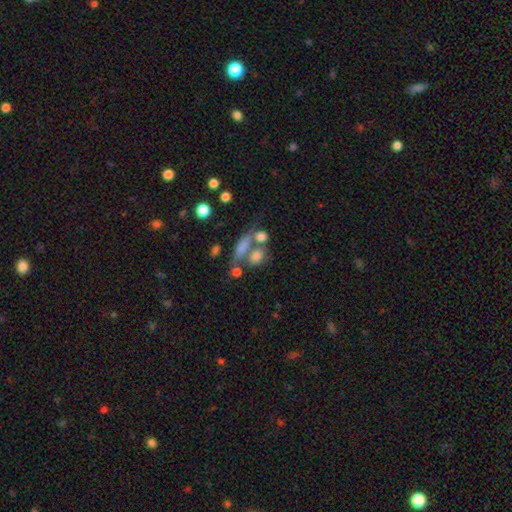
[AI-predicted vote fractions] Smooth or featured? smooth (69%)
How rounded? in between (56%)
Merging? merger (41%)